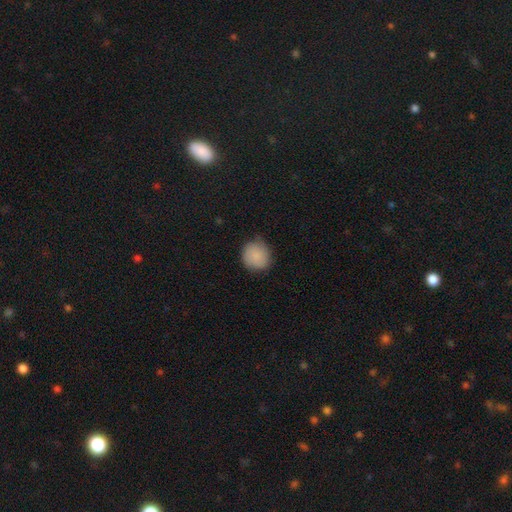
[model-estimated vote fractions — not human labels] smooth 87%, star or artifact 7%, featured or disk 6%. Down the decision tree: how rounded — round (88%); merging — none (76%).